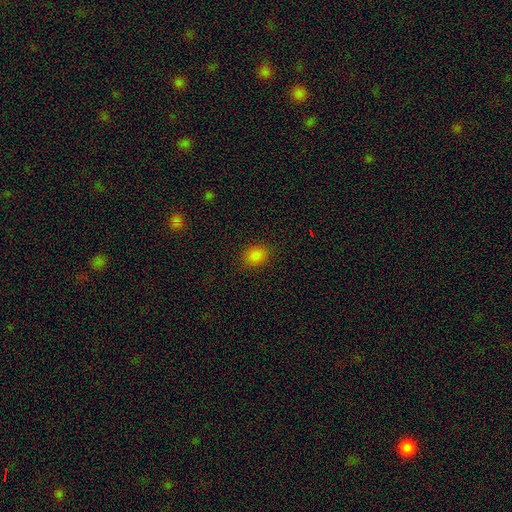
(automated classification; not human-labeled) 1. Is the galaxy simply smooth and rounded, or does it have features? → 83% smooth, 13% star or artifact, 3% featured or disk.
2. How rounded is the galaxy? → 60% in between, 38% round, 1% cigar-shaped.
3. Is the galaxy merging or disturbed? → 86% none, 10% minor disturbance, 3% major disturbance, 1% merger.